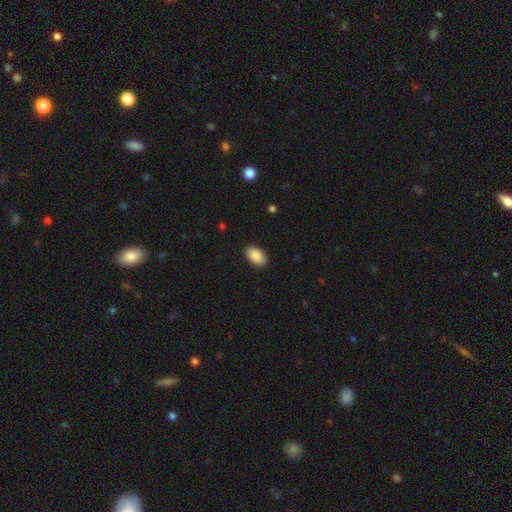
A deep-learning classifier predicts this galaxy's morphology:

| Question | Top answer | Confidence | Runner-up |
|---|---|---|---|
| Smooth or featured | smooth | 89% | star or artifact (7%) |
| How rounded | in between | 94% | round (5%) |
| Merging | none | 89% | minor disturbance (8%) |